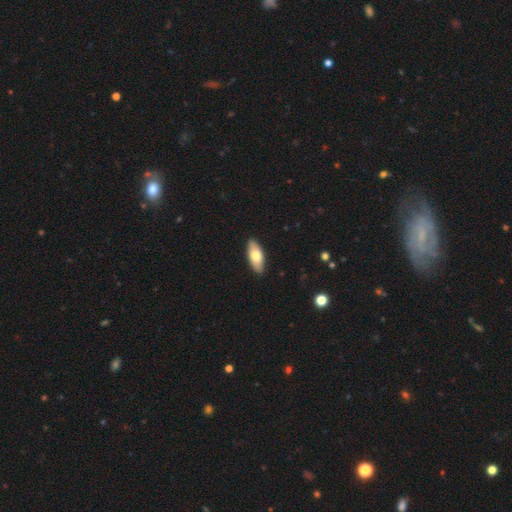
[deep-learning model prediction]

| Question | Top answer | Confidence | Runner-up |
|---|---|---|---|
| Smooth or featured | smooth | 70% | featured or disk (24%) |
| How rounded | in between | 82% | cigar-shaped (16%) |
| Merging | none | 89% | minor disturbance (8%) |